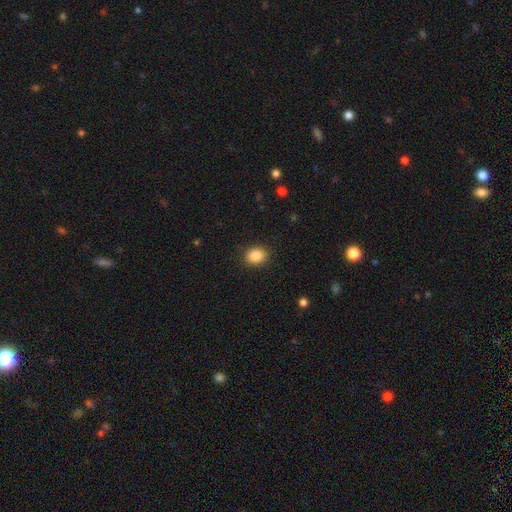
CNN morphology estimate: Smooth or featured: smooth — 87% (star or artifact — 9%)
How rounded: round — 56% (in between — 43%)
Merging: none — 89% (minor disturbance — 7%)